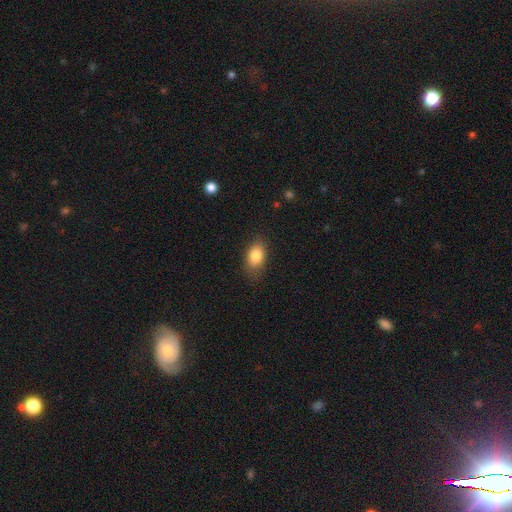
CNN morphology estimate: type=smooth (83%); roundness=in between (84%); merging=none (80%).